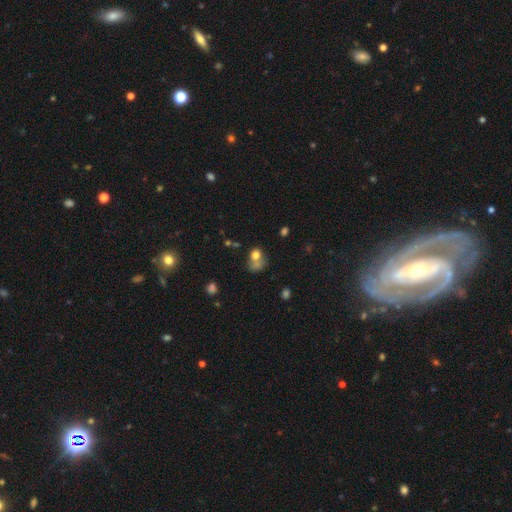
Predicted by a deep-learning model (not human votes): A smooth galaxy with no disk features (73%) that is round (57%).

Vote fractions:
- Smooth or featured? smooth: 73% / featured or disk: 14% / star or artifact: 13%
- How rounded? round: 57% / in between: 41% / cigar-shaped: 1%
- Merging? merger: 34% / none: 33% / major disturbance: 17% / minor disturbance: 16%